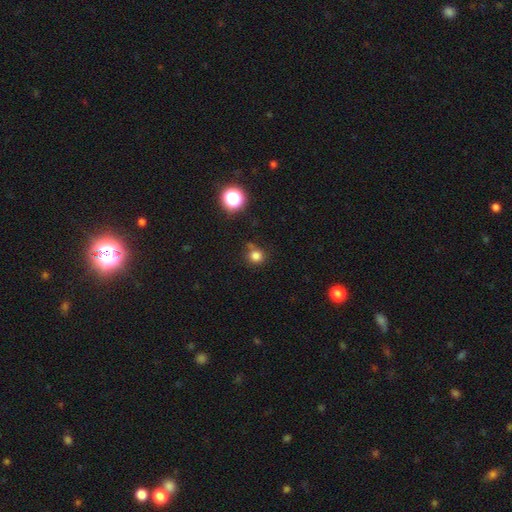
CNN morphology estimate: Overall: smooth (80%). How rounded: round (89%). Merging: none (69%).